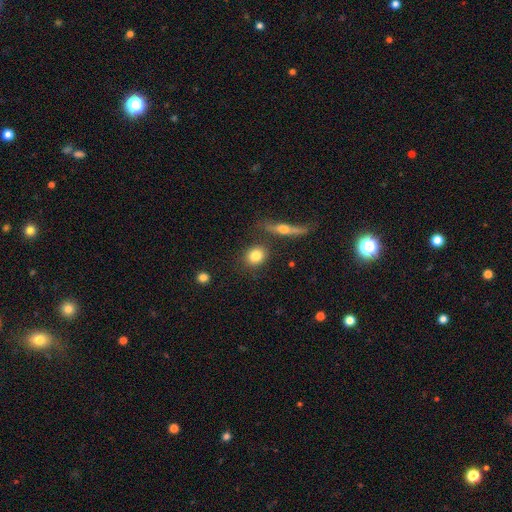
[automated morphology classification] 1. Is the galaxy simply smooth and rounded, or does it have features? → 81% smooth, 11% featured or disk, 8% star or artifact.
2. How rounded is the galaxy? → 67% round, 30% in between, 3% cigar-shaped.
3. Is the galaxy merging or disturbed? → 80% none, 9% minor disturbance, 7% merger, 3% major disturbance.